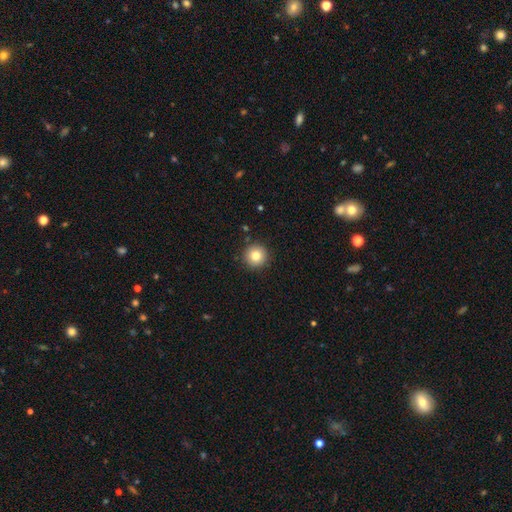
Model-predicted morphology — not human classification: smooth-or-featured: smooth: 81% | star or artifact: 11% | featured or disk: 8%
  how-rounded: round: 96% | in between: 3% | cigar-shaped: 1%
  merging: none: 91% | minor disturbance: 6% | major disturbance: 2% | merger: 2%